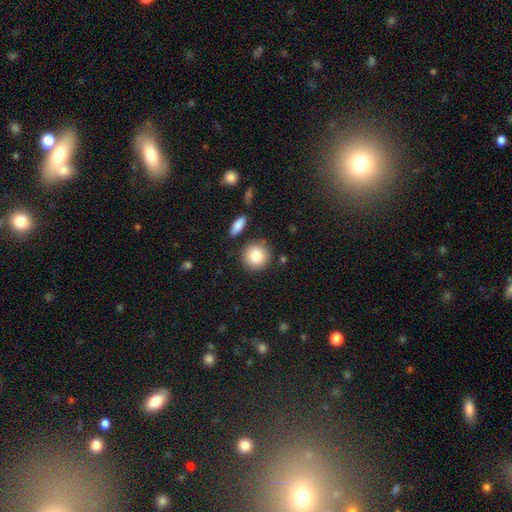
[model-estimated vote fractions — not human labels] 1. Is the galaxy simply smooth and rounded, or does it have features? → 82% smooth, 9% featured or disk, 8% star or artifact.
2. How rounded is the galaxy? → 92% round, 7% in between, 1% cigar-shaped.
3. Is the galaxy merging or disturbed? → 84% none, 8% minor disturbance, 6% merger, 2% major disturbance.